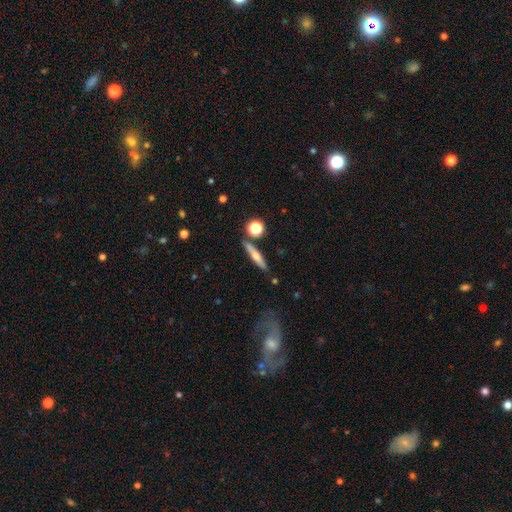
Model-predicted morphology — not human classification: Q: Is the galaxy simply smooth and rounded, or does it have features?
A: smooth — 52%.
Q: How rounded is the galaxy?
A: cigar-shaped — 83%.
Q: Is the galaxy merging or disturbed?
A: none — 81%.